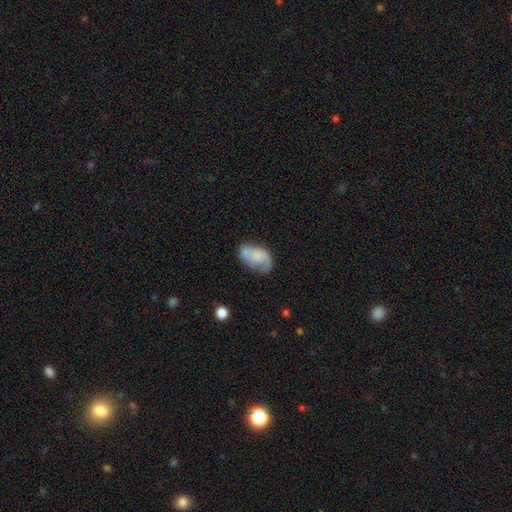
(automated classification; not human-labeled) smooth_or_featured: smooth (p=0.52) [alt: featured or disk p=0.40]
how_rounded: in between (p=0.90) [alt: round p=0.09]
merging: none (p=0.47) [alt: minor disturbance p=0.31]